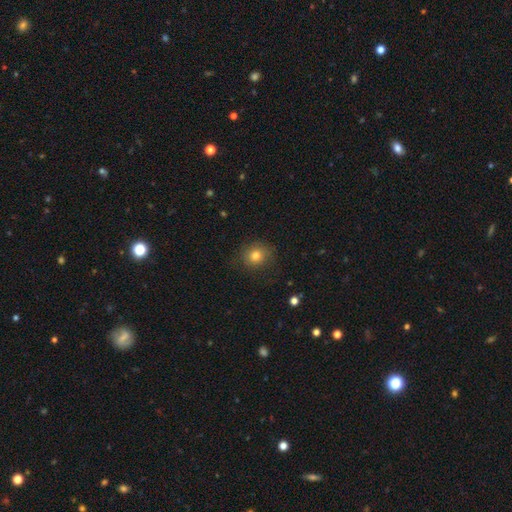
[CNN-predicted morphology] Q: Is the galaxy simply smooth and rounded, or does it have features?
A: smooth — 79%.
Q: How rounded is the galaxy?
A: round — 83%.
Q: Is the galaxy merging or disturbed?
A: none — 82%.